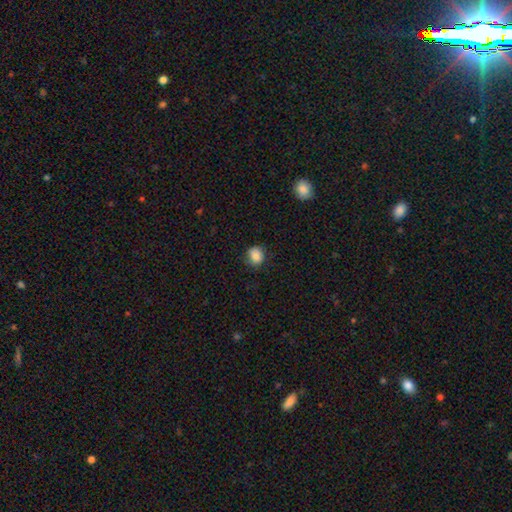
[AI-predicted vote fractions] Q: Smooth or featured?
A: smooth (83%); runner-up: star or artifact (9%)
Q: How rounded?
A: round (74%); runner-up: in between (25%)
Q: Merging?
A: none (80%); runner-up: minor disturbance (15%)